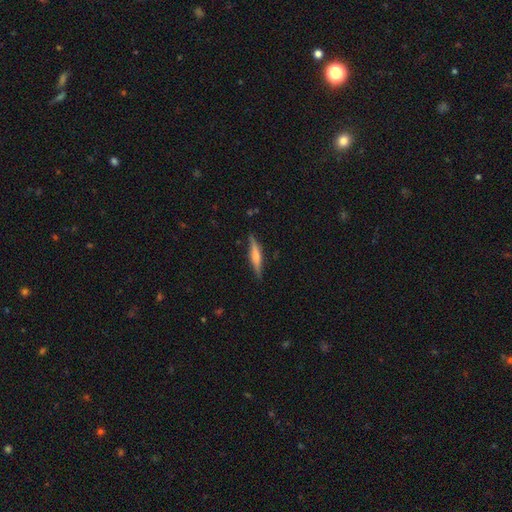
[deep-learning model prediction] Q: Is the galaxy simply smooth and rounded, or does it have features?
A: featured or disk — 52%.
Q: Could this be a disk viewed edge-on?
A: yes — 96%.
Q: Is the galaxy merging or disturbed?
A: none — 85%.